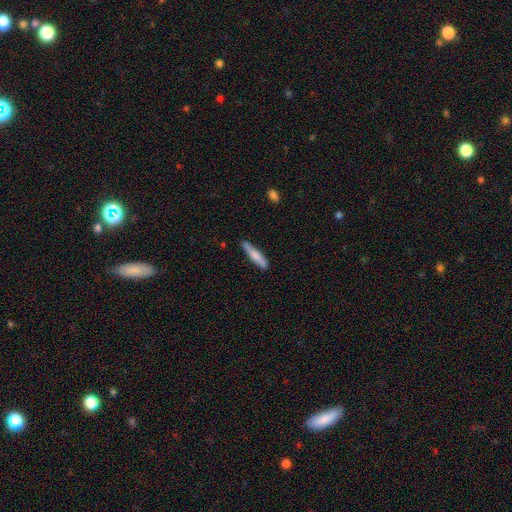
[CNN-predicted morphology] A smooth galaxy with no disk features (70%) that is cigar-shaped (89%).

Vote fractions:
- Smooth or featured? smooth: 70% / featured or disk: 24% / star or artifact: 5%
- How rounded? cigar-shaped: 89% / in between: 9% / round: 1%
- Merging? none: 80% / minor disturbance: 15% / major disturbance: 3% / merger: 2%